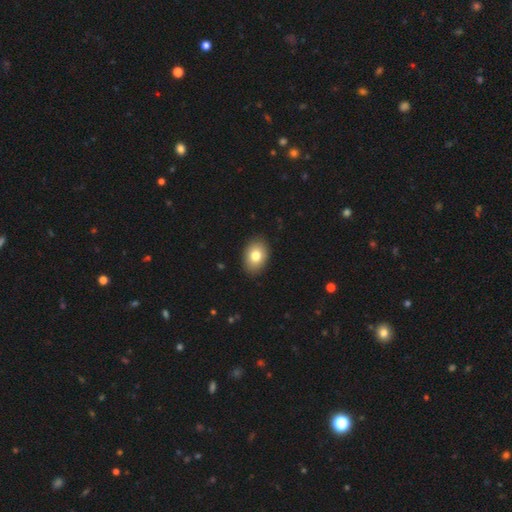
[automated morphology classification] Smooth or featured? smooth (80%)
How rounded? in between (78%)
Merging? none (89%)